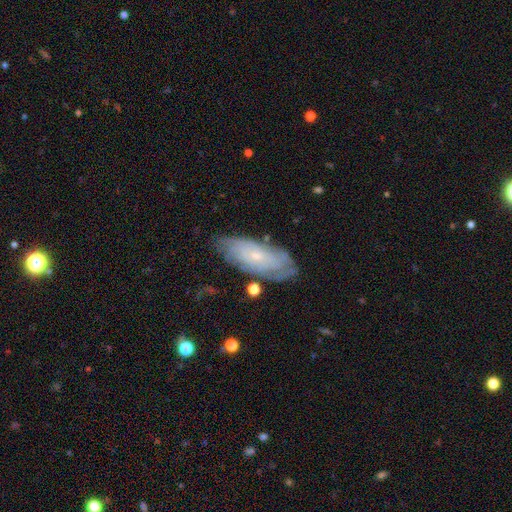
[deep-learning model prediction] smooth-or-featured: featured or disk: 64% | smooth: 28% | star or artifact: 8%
  disk-edge-on: no: 86% | yes: 14%
    bar: no: 79% | weak: 17% | strong: 4%
    has-spiral-arms: yes: 80% | no: 20%
    bulge-size: small: 81% | moderate: 14% | none: 2% | large: 1% | dominant: 1%
  merging: none: 74% | minor disturbance: 19% | major disturbance: 5% | merger: 2%